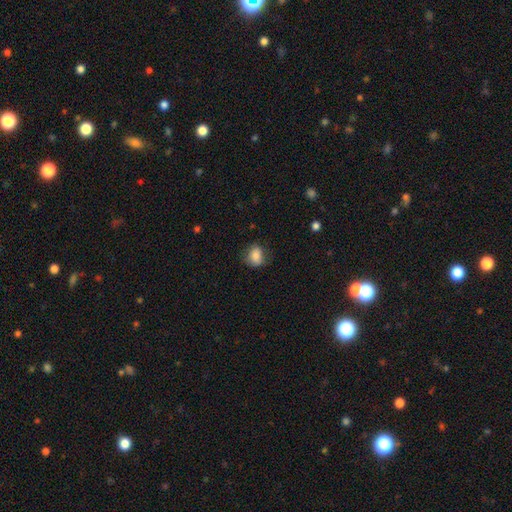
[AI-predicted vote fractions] A smooth galaxy with no disk features (83%) that is round (50%). Merging: none (70%).